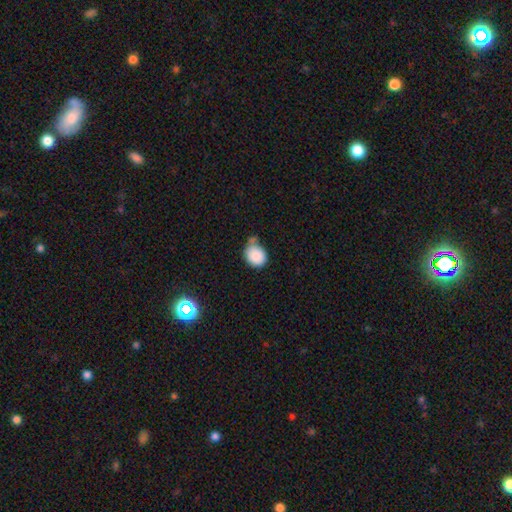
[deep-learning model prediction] smooth_or_featured: smooth (p=0.87) [alt: star or artifact p=0.08]
how_rounded: round (p=0.65) [alt: in between p=0.34]
merging: none (p=0.47) [alt: minor disturbance p=0.29]